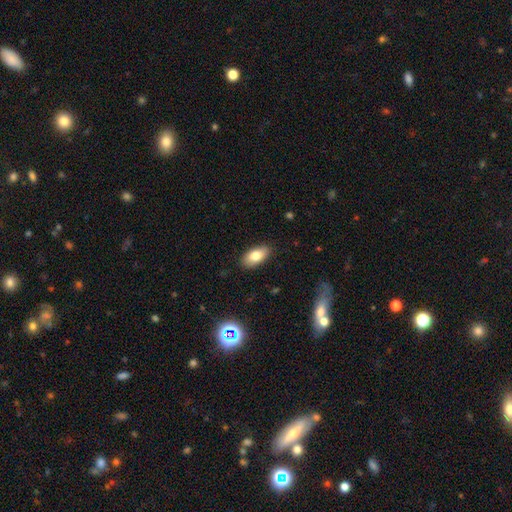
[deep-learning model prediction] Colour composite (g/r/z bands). It shows a smooth galaxy with no disk features (81%) that is in between round and cigar-shaped (92%). Merging: none (87%).